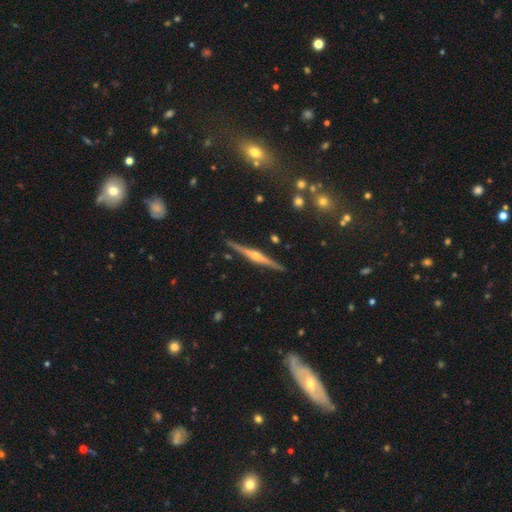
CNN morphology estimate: Smooth or featured? Predicted: featured or disk (p=0.84). Edge-on disk? Predicted: yes (p=0.98). Edge-on bulge? Predicted: rounded (p=0.90). Merging? Predicted: none (p=0.90).